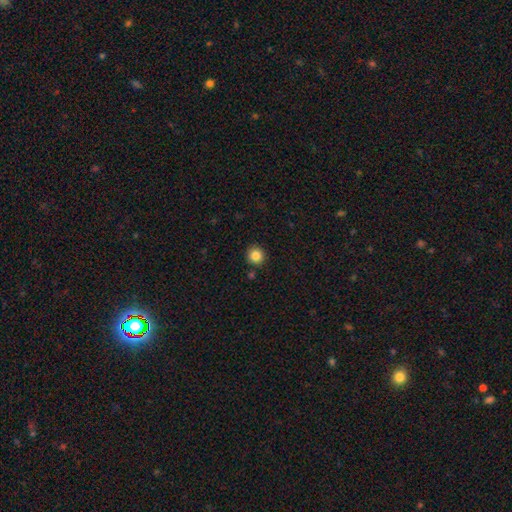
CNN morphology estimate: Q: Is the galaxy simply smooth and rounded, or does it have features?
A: smooth — 84%.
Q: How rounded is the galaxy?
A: round — 93%.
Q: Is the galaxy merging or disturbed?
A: none — 89%.